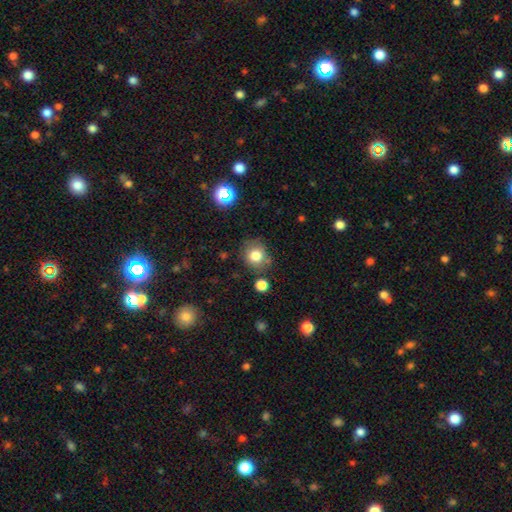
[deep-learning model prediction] Morphology: type=smooth (80%); roundness=round (84%); merging=none (77%).